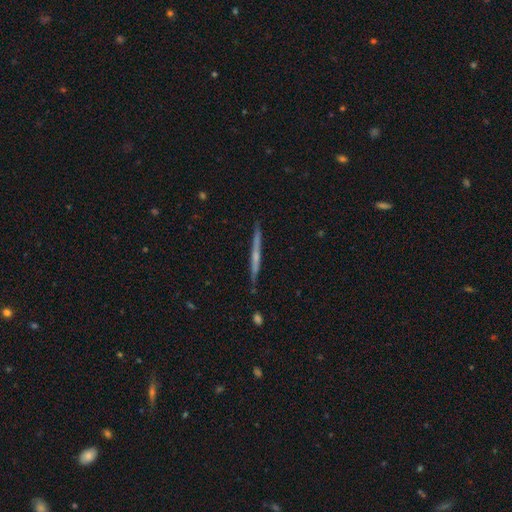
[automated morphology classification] The model was most divided on "smooth or featured": featured or disk: 62%, smooth: 31%, star or artifact: 6%. More confident: edge-on disk — yes (98%); merging — none (89%); edge-on bulge — none (66%).